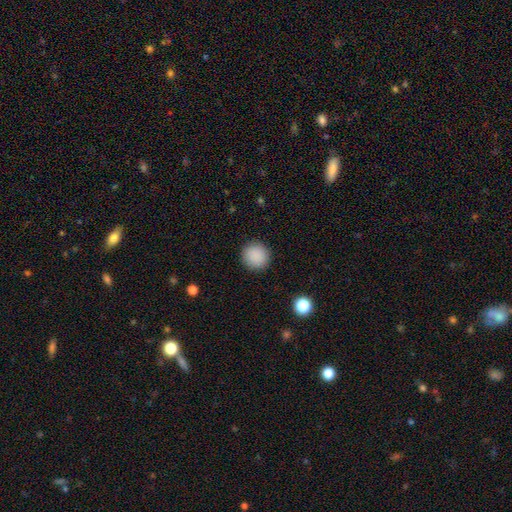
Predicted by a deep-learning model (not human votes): Smooth or featured?
  - smooth: 89% *
  - star or artifact: 9%
  - featured or disk: 3%
How rounded?
  - round: 93% *
  - in between: 6%
  - cigar-shaped: 1%
Merging?
  - none: 91% *
  - minor disturbance: 6%
  - major disturbance: 2%
  - merger: 1%